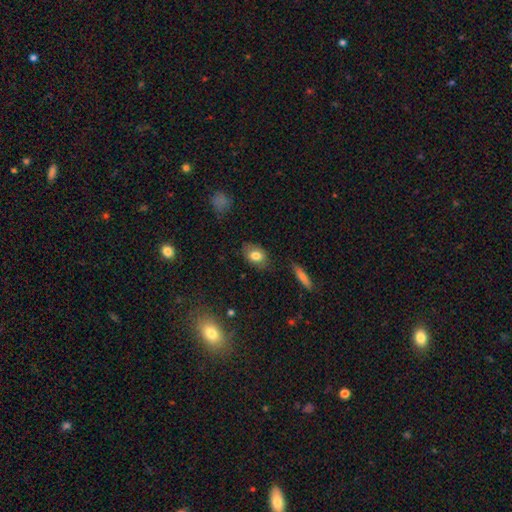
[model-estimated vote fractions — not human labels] This appears to be a smooth galaxy with no disk features (78%) that is in between round and cigar-shaped (81%). Merging: none (78%).